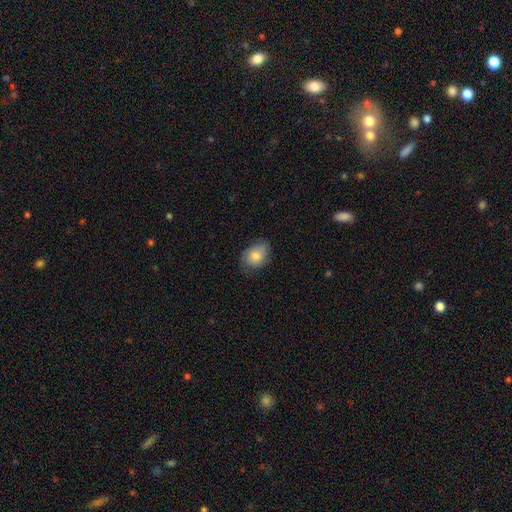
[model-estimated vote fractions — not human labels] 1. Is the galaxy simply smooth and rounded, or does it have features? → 80% smooth, 13% featured or disk, 7% star or artifact.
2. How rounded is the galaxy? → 69% in between, 30% round, 1% cigar-shaped.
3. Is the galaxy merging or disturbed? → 70% none, 25% minor disturbance, 5% major disturbance, 1% merger.